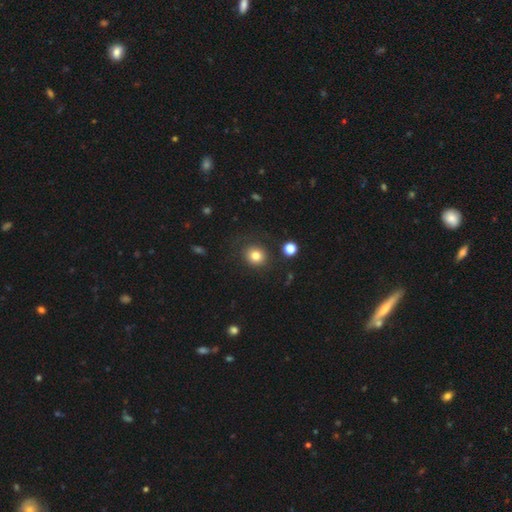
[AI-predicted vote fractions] Morphology: type=smooth (81%); roundness=round (84%); merging=none (84%).